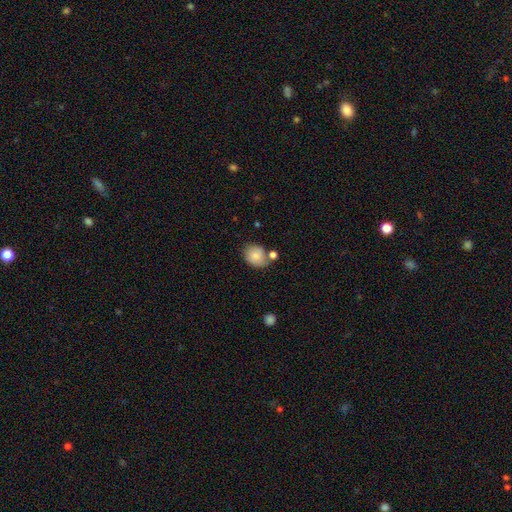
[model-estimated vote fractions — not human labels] smooth_or_featured: smooth (p=0.82) [alt: featured or disk p=0.10]
how_rounded: round (p=0.55) [alt: in between p=0.44]
merging: none (p=0.62) [alt: minor disturbance p=0.18]